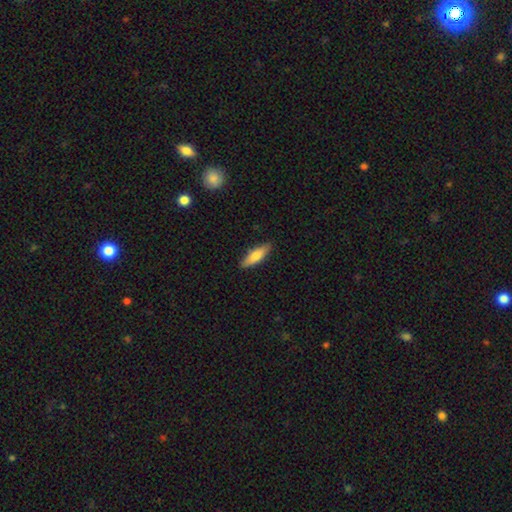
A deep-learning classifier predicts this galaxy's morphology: A smooth galaxy with no disk features (70%) that is cigar-shaped (53%). Merging: none (87%).